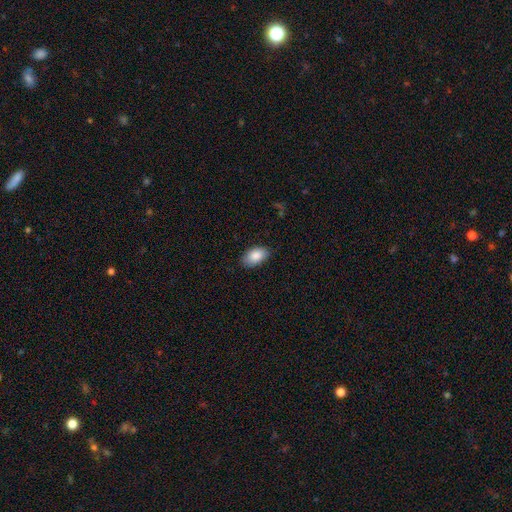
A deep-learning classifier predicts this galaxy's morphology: A smooth galaxy with no disk features (87%) that is in between round and cigar-shaped (93%).

Vote fractions:
- Smooth or featured? smooth: 87% / star or artifact: 7% / featured or disk: 6%
- How rounded? in between: 93% / round: 5% / cigar-shaped: 1%
- Merging? none: 82% / minor disturbance: 14% / major disturbance: 2% / merger: 1%